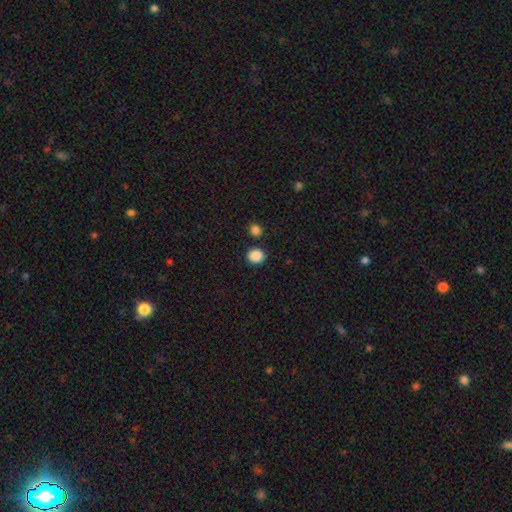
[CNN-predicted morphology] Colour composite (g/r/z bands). It shows a smooth galaxy with no disk features (88%) that is round (81%). Merging: none (85%).